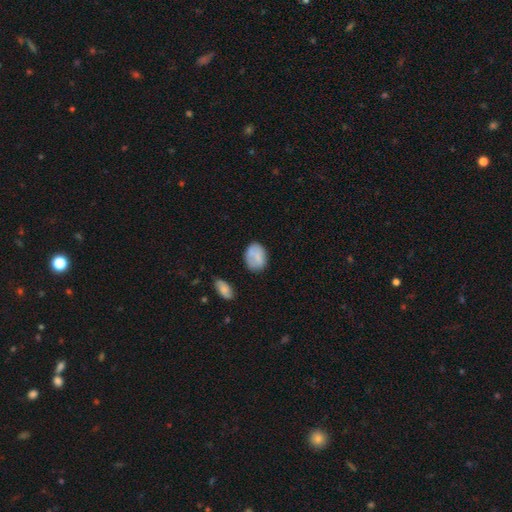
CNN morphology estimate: Smooth or featured? smooth (77%)
How rounded? in between (74%)
Merging? none (66%)